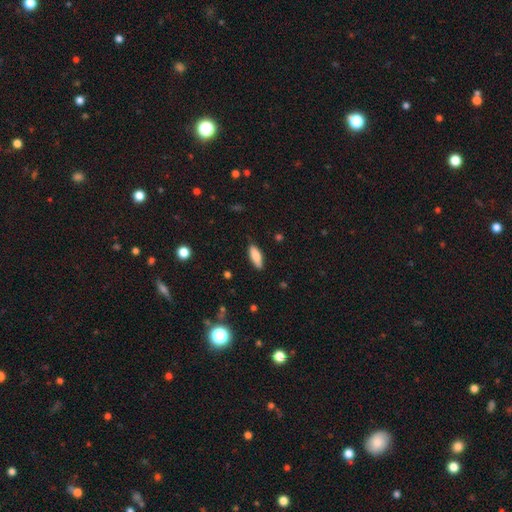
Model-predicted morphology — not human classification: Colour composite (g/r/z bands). It shows a smooth galaxy with no disk features (84%) that is in between round and cigar-shaped (67%). Merging: none (84%).